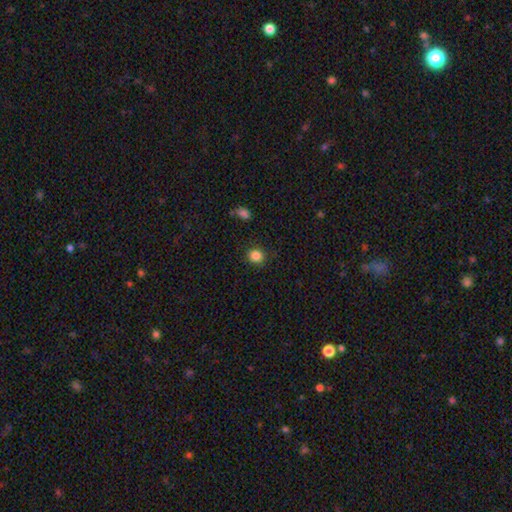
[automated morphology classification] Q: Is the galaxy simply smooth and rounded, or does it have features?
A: smooth — 85%.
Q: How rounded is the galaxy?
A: round — 81%.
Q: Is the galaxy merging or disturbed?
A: none — 89%.